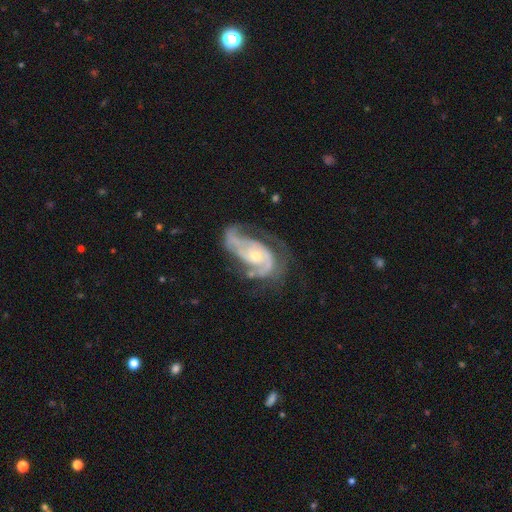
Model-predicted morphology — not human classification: type=featured or disk (87%); edge-on=no (97%); bar=no (71%); spiral arms=yes (94%); winding=medium (43%); arm count=2 (56%); bulge=small (60%); merging=none (44%).